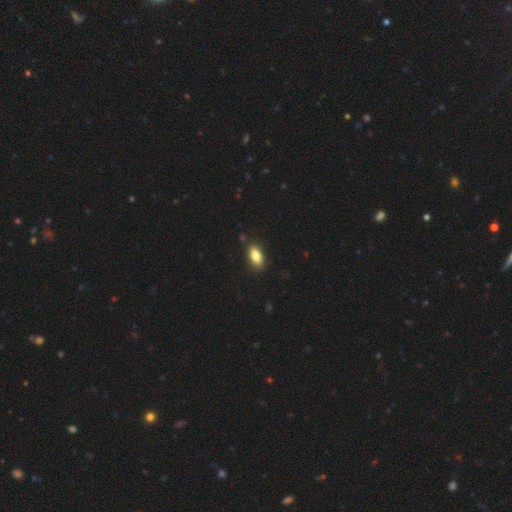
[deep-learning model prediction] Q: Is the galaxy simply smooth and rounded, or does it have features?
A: smooth — 83%.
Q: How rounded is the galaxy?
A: in between — 88%.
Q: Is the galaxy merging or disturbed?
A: none — 85%.